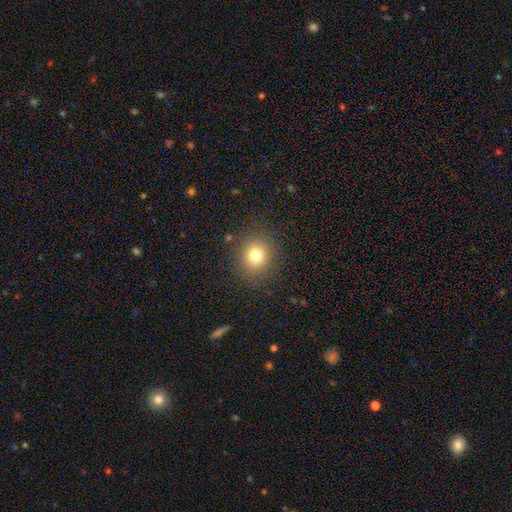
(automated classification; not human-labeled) A smooth galaxy with no disk features (77%) that is round (83%). Merging: none (87%).